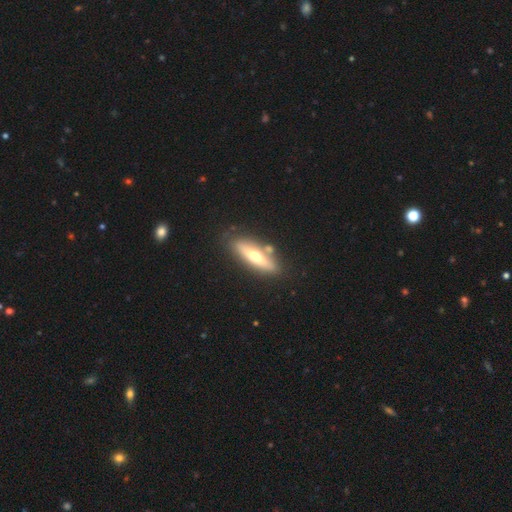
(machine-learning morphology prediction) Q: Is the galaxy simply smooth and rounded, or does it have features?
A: featured or disk — 51%.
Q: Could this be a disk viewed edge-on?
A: yes — 78%.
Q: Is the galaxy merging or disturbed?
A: none — 78%.